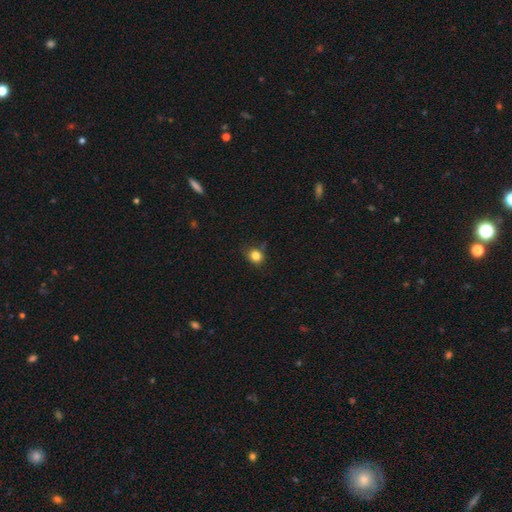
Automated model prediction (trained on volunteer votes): This is clearly a smooth galaxy (82%). How rounded: likely round (74%). Merging: likely none (72%).